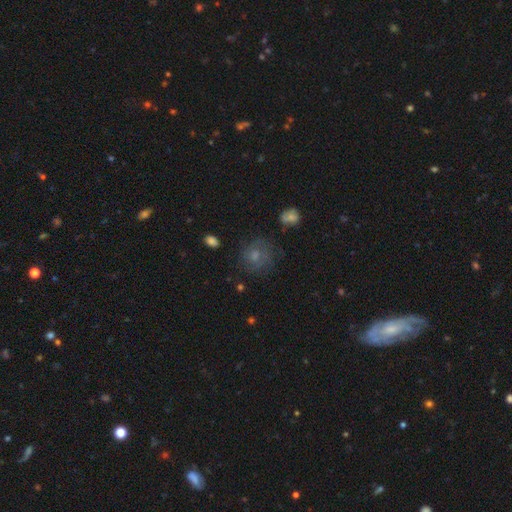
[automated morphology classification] This appears to be a smooth galaxy with no disk features (52%) that is round (78%). Merging: none (64%).